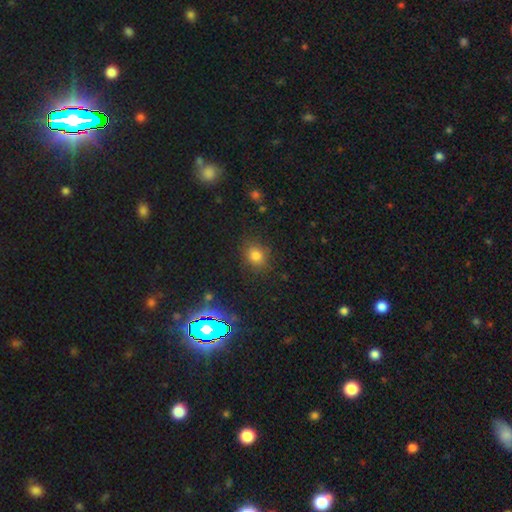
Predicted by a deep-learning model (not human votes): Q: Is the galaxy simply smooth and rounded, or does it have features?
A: smooth — 76%.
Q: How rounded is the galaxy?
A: round — 70%.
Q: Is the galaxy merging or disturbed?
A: none — 82%.